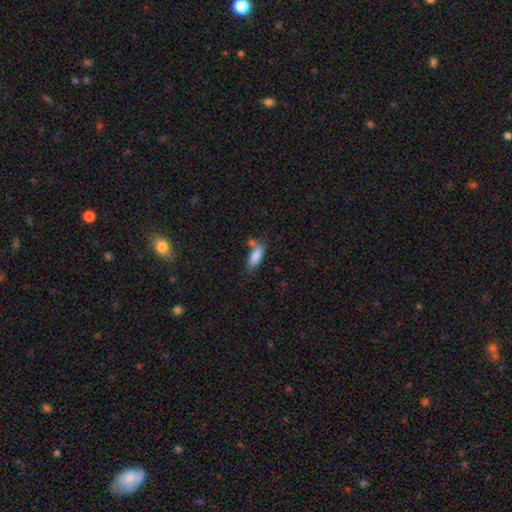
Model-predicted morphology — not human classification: type=smooth (84%); roundness=in between (74%); merging=none (52%).